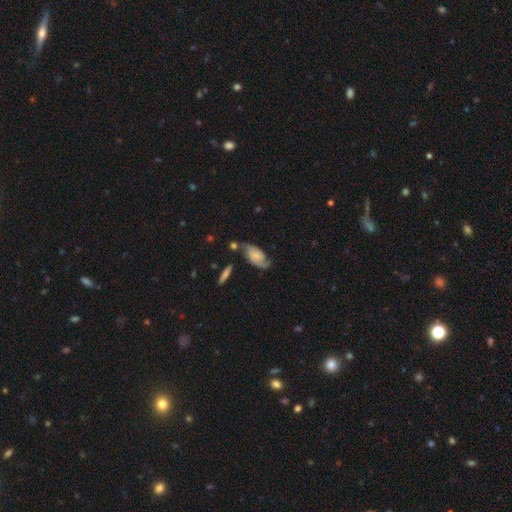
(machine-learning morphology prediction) Smooth or featured?
  - featured or disk: 72% *
  - smooth: 21%
  - star or artifact: 7%
Edge-on disk?
  - no: 95% *
  - yes: 5%
Bar?
  - no: 68% *
  - weak: 25%
  - strong: 6%
Spiral arms?
  - yes: 95% *
  - no: 5%
Spiral winding?
  - medium: 44% *
  - loose: 31%
  - tight: 25%
Spiral arm count?
  - 2: 85% *
  - 1: 6%
  - can't tell: 5%
  - 3: 2%
  - 4: 1%
  - more than 4: 1%
Bulge size?
  - small: 42% *
  - none: 32%
  - moderate: 17%
  - large: 6%
  - dominant: 3%
Merging?
  - none: 58% *
  - minor disturbance: 23%
  - major disturbance: 11%
  - merger: 8%